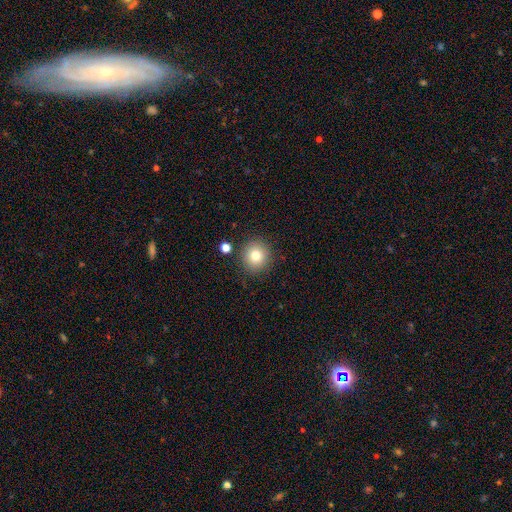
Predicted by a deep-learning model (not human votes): Smooth or featured? Predicted: smooth (p=0.79). How rounded? Predicted: round (p=0.91). Merging? Predicted: none (p=0.86).